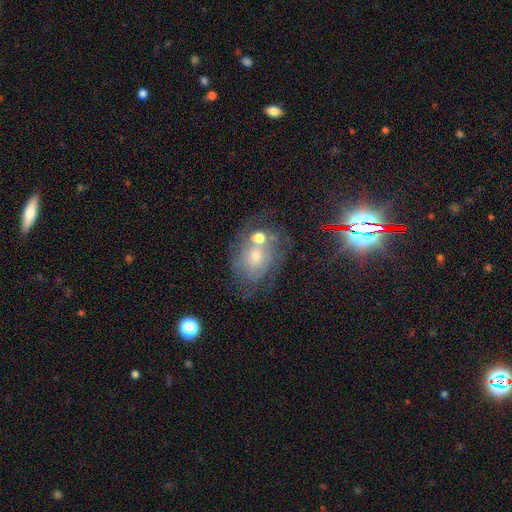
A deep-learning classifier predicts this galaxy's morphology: smooth_or_featured: featured or disk (p=0.45) [alt: smooth p=0.30]
merging: none (p=0.46) [alt: merger p=0.25]